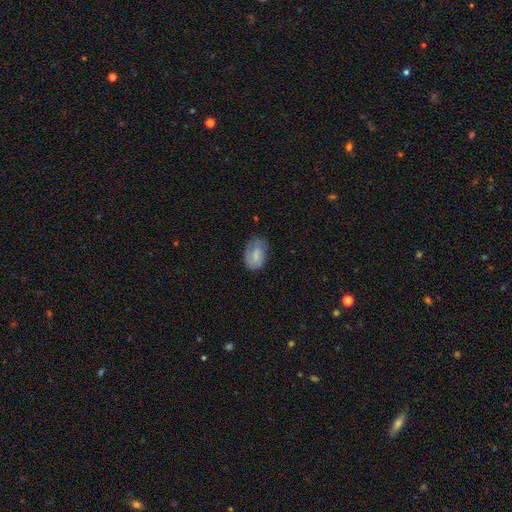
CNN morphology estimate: A smooth galaxy with no disk features (68%) that is in between round and cigar-shaped (86%). Merging: none (60%).